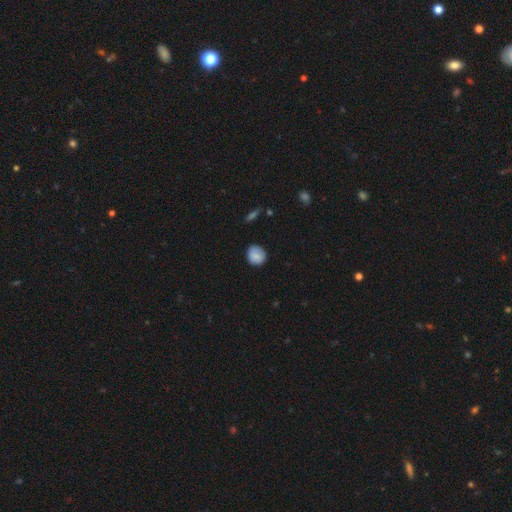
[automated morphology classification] This is clearly a smooth galaxy (86%). How rounded: clearly round (84%). Merging: clearly none (81%).